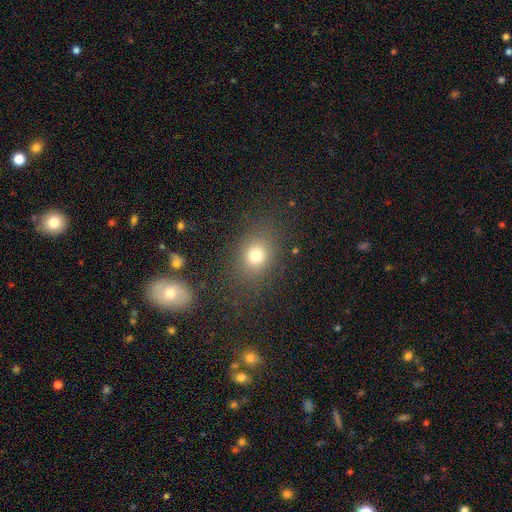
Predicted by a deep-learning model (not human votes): This is likely a smooth galaxy (77%). How rounded: possibly round (58%). Merging: clearly none (81%).